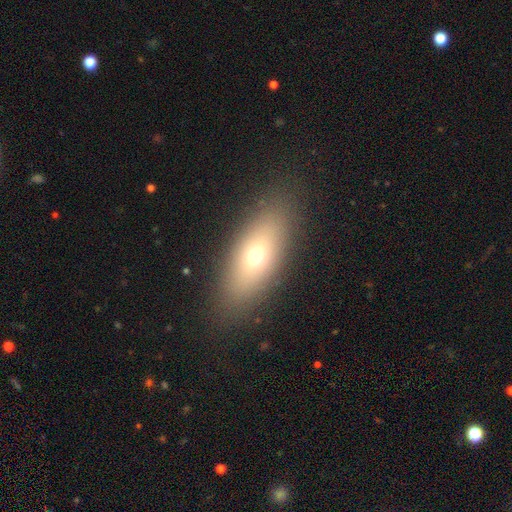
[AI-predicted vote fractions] A smooth galaxy with no disk features (65%) that is in between round and cigar-shaped (72%). Merging: none (87%).